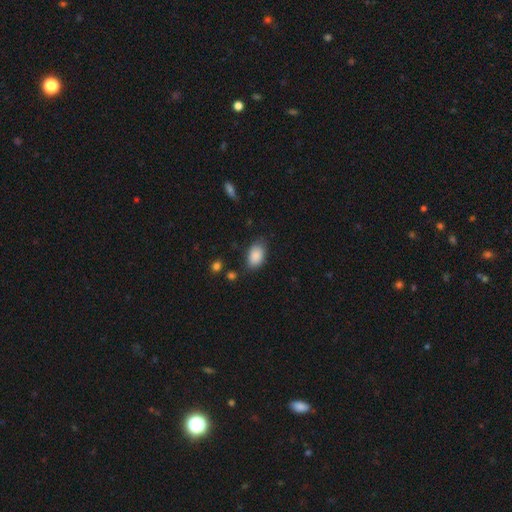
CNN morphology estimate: smooth-or-featured: smooth: 88% | star or artifact: 7% | featured or disk: 5%
  how-rounded: in between: 90% | round: 8% | cigar-shaped: 2%
  merging: none: 77% | minor disturbance: 17% | major disturbance: 4% | merger: 2%